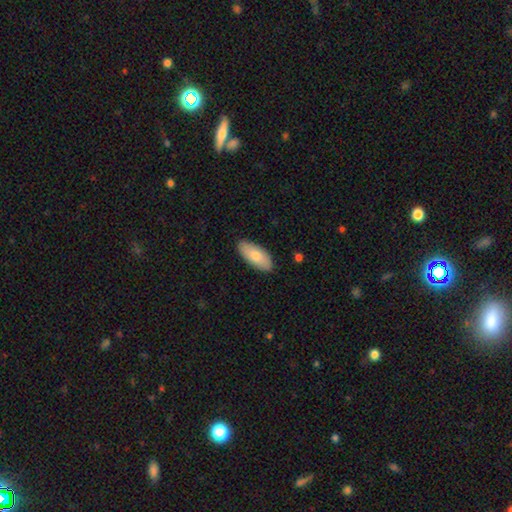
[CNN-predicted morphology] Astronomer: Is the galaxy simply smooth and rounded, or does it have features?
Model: smooth — 79%.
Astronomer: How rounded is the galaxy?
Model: in between — 87%.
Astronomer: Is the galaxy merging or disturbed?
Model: none — 87%.